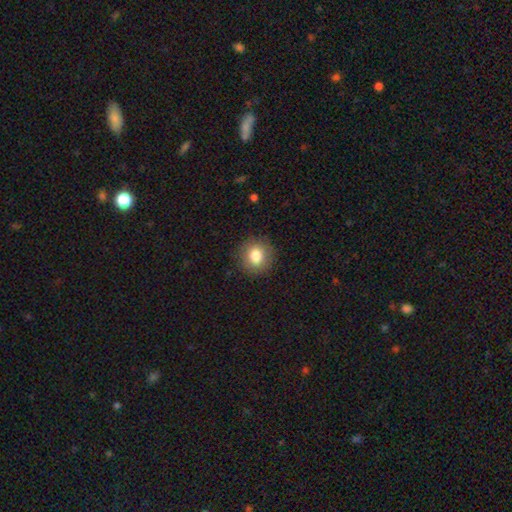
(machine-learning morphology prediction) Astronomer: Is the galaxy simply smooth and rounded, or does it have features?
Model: smooth — 81%.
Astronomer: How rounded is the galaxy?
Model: round — 85%.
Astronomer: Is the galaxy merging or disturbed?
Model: none — 89%.